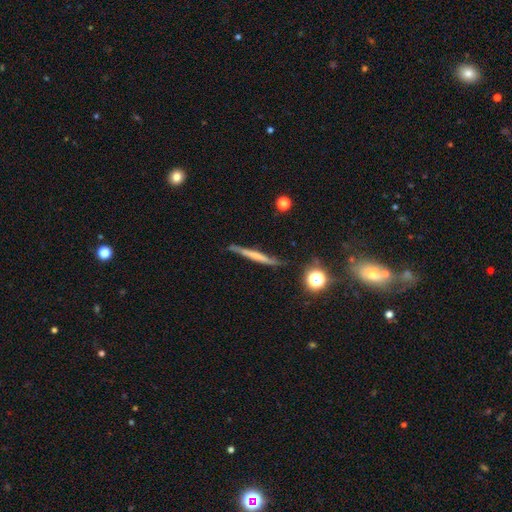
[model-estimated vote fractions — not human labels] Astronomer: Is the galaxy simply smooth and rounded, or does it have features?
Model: featured or disk — 46% (runner-up: smooth, 45%).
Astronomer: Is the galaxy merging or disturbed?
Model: none — 77%.